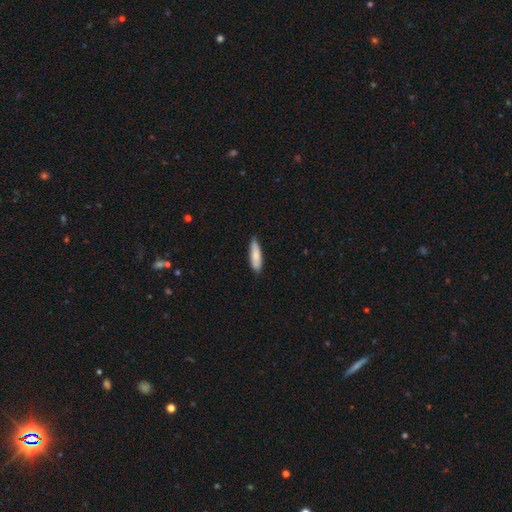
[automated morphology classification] This is clearly a smooth galaxy (82%). How rounded: likely cigar-shaped (62%). Merging: likely none (79%).